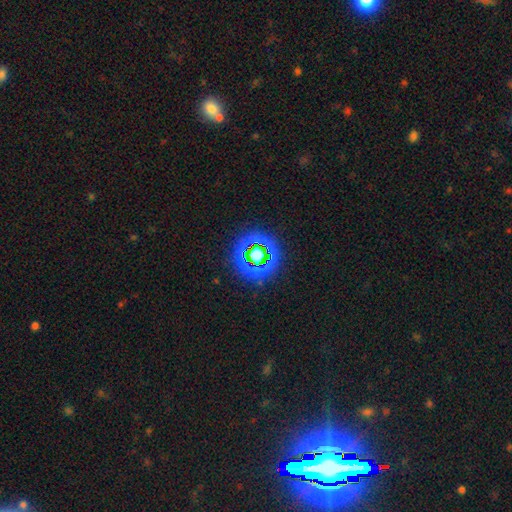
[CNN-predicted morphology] A star or artifact, not a galaxy (64%).